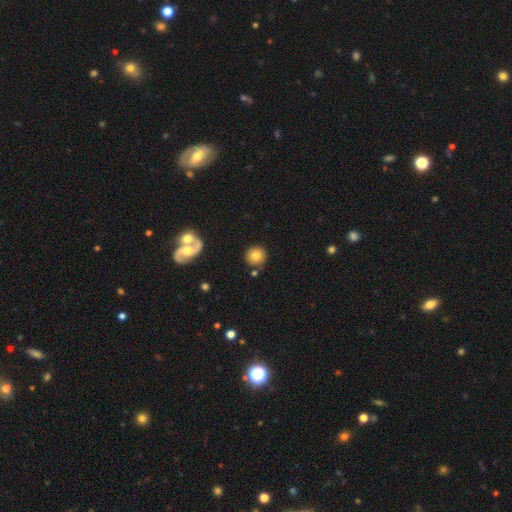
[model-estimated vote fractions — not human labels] smooth-or-featured: smooth: 79% | featured or disk: 13% | star or artifact: 9%
  how-rounded: round: 92% | in between: 7% | cigar-shaped: 1%
  merging: none: 80% | minor disturbance: 9% | merger: 8% | major disturbance: 3%